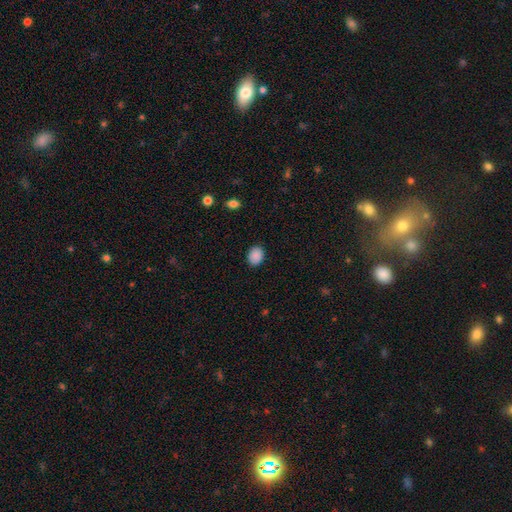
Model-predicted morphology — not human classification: Smooth or featured: smooth — 89% (star or artifact — 8%)
How rounded: in between — 59% (round — 40%)
Merging: none — 88% (minor disturbance — 8%)